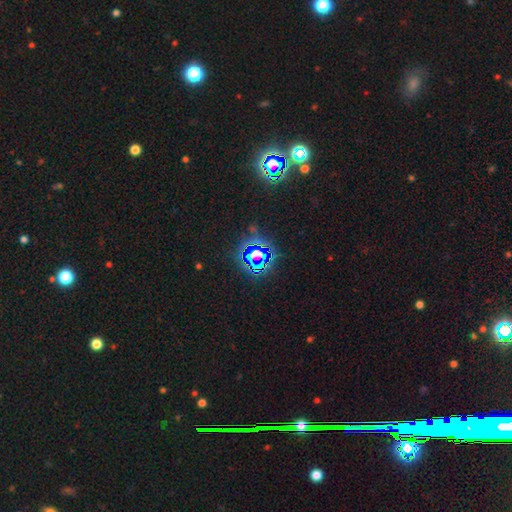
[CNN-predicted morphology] Q: Smooth or featured?
A: star or artifact (76%); runner-up: smooth (12%)